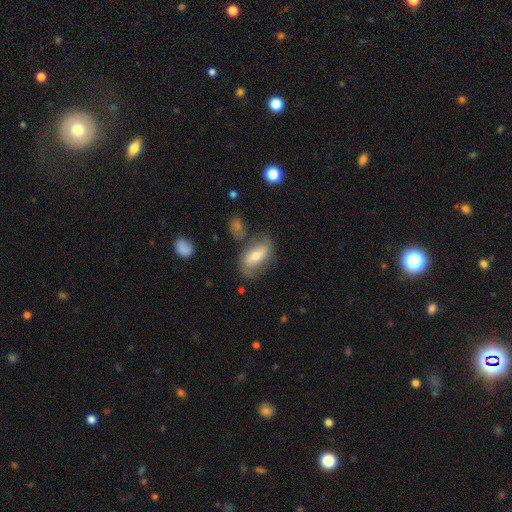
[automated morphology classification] Smooth or featured: smooth — 53% (featured or disk — 40%)
How rounded: in between — 88% (round — 6%)
Merging: none — 62% (minor disturbance — 21%)